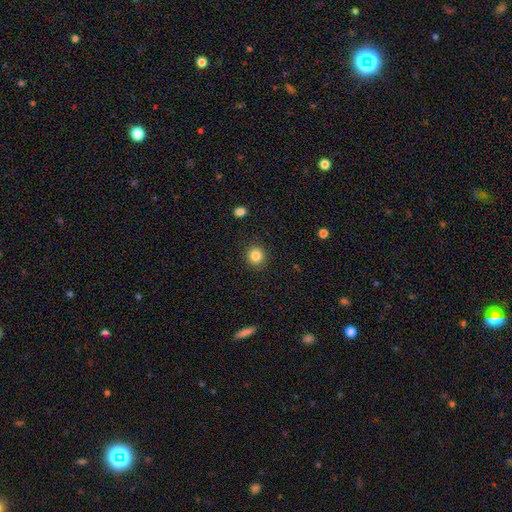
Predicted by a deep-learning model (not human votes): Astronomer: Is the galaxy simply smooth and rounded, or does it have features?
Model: smooth — 84%.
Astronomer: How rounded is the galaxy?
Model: round — 91%.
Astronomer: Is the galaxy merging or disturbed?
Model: none — 91%.